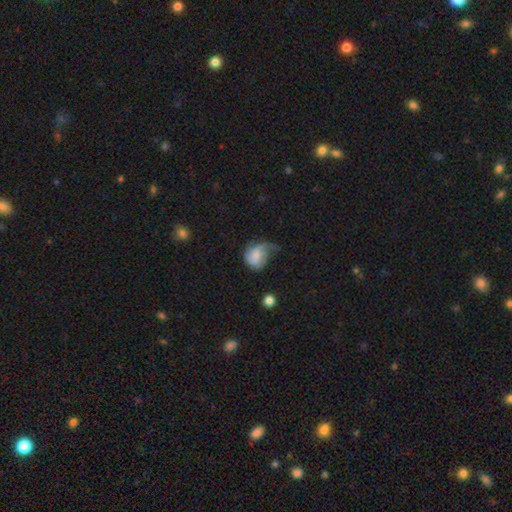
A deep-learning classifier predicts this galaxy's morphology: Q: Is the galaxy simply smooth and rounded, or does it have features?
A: featured or disk — 48%.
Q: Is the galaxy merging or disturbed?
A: minor disturbance — 35%, tied with major disturbance.